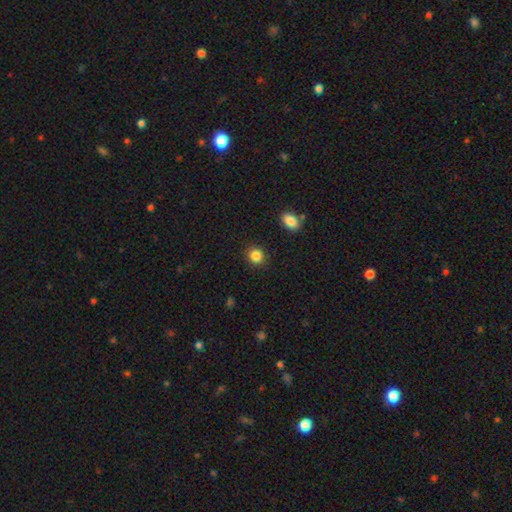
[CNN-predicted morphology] This is clearly a smooth galaxy (86%). How rounded: clearly round (82%). Merging: clearly none (90%).